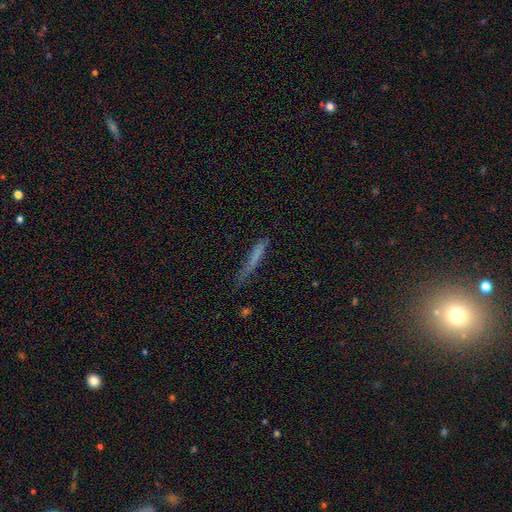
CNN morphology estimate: The model was most divided on "merging": none: 58%, minor disturbance: 28%, major disturbance: 11%, merger: 3%. More confident: how rounded — cigar-shaped (93%); smooth or featured — smooth (69%).